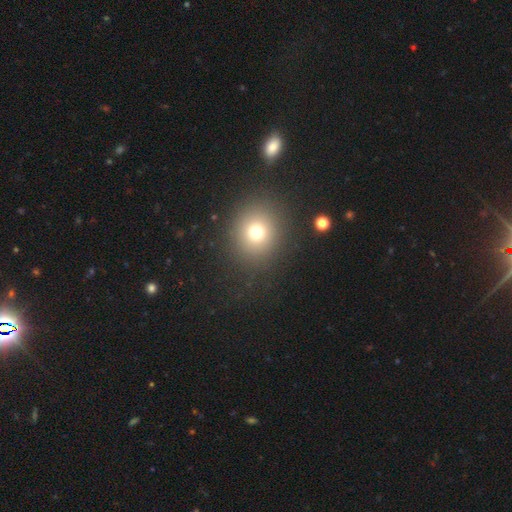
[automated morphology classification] type=smooth (55%); roundness=round (78%); merging=none (88%).